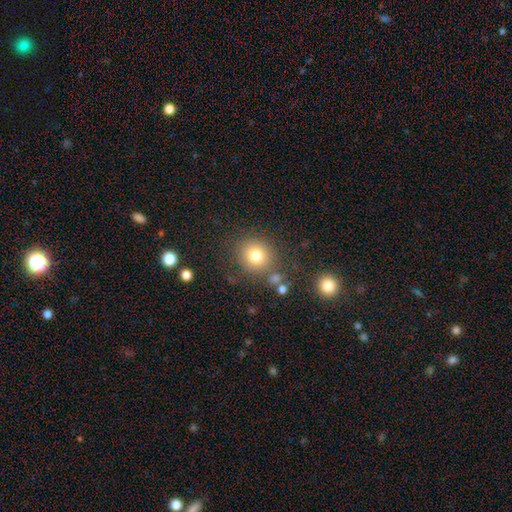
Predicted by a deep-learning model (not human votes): This appears to be a smooth galaxy with no disk features (78%) that is round (89%). Merging: none (79%).